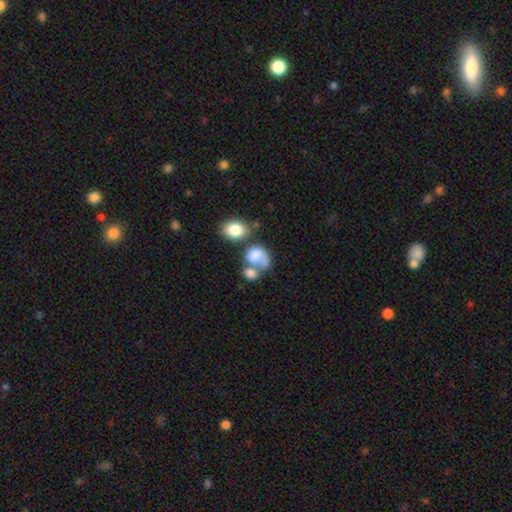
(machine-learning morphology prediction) A smooth galaxy with no disk features (69%) that is in between round and cigar-shaped (58%). Merging: merger (51%).